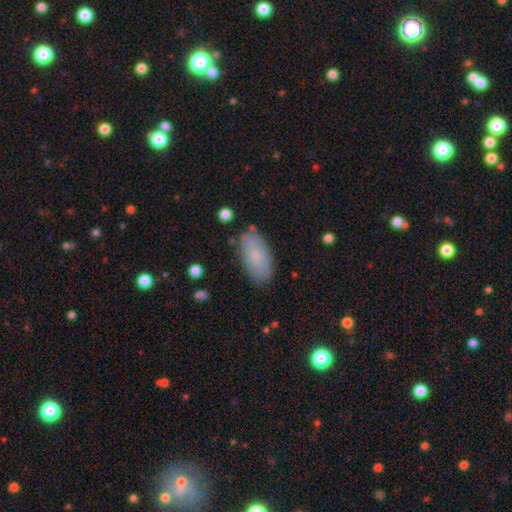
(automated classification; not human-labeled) The model was most divided on "smooth or featured": smooth: 77%, featured or disk: 16%, star or artifact: 7%. More confident: how rounded — in between (93%); merging — none (82%).